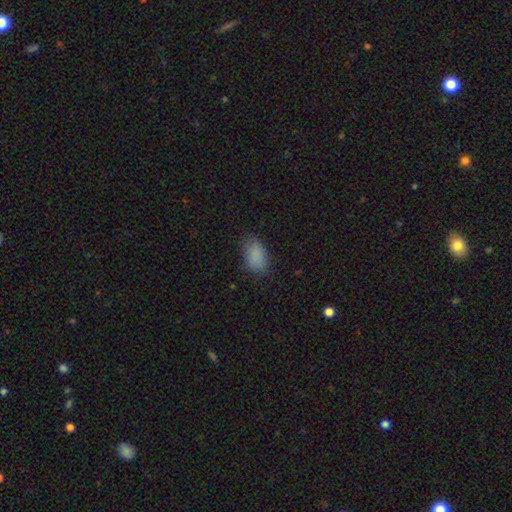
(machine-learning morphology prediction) A smooth galaxy with no disk features (86%) that is in between round and cigar-shaped (91%). Merging: none (75%).